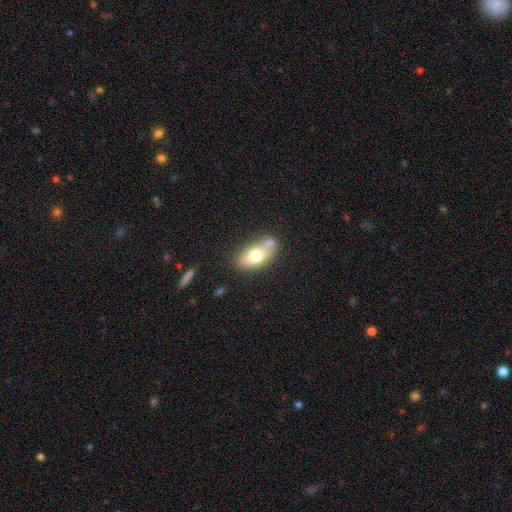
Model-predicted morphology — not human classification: This appears to be a smooth galaxy with no disk features (70%) that is in between round and cigar-shaped (88%). Merging: none (49%).